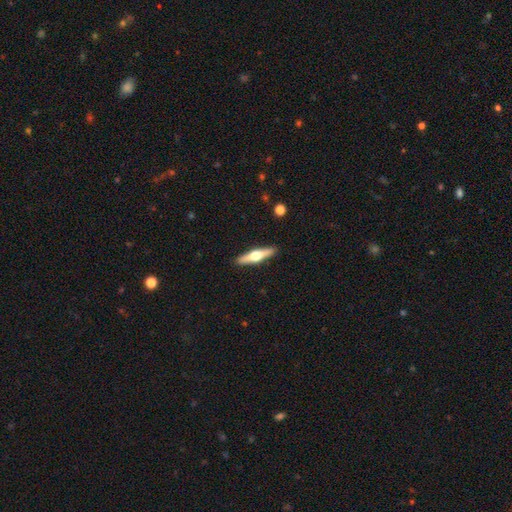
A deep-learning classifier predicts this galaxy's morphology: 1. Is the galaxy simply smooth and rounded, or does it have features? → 61% featured or disk, 34% smooth, 5% star or artifact.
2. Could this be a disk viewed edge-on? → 96% yes, 4% no.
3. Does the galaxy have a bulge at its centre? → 95% rounded, 3% boxy, 2% none.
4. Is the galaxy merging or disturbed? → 91% none, 6% minor disturbance, 1% major disturbance, 1% merger.